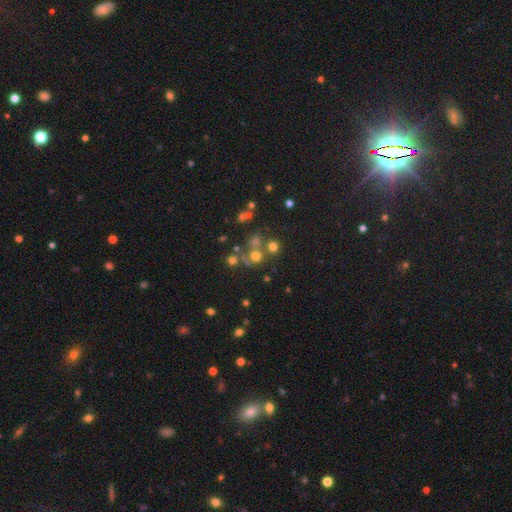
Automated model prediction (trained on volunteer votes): This is likely a smooth galaxy (60%). How rounded: clearly round (87%). Merging: possibly none (59%).